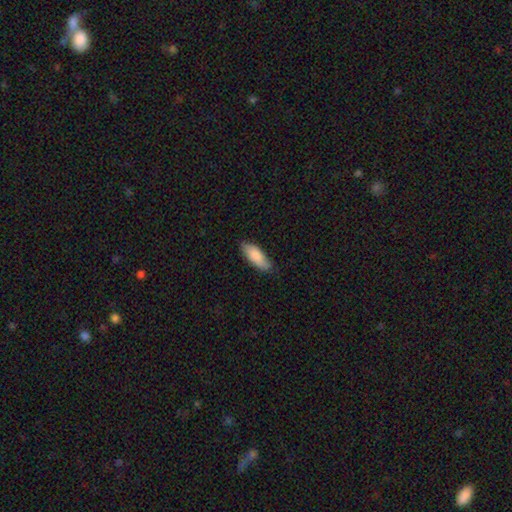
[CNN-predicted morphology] Overall: smooth (85%). How rounded: in between (74%). Merging: none (79%).